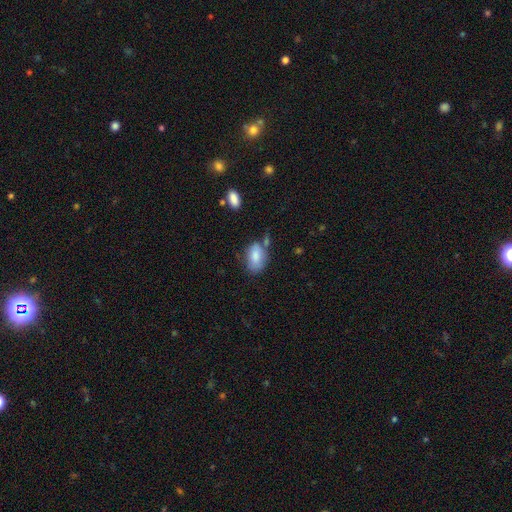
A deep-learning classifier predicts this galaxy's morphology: Q: Smooth or featured?
A: smooth (82%); runner-up: featured or disk (11%)
Q: How rounded?
A: in between (90%); runner-up: round (8%)
Q: Merging?
A: none (54%); runner-up: minor disturbance (26%)